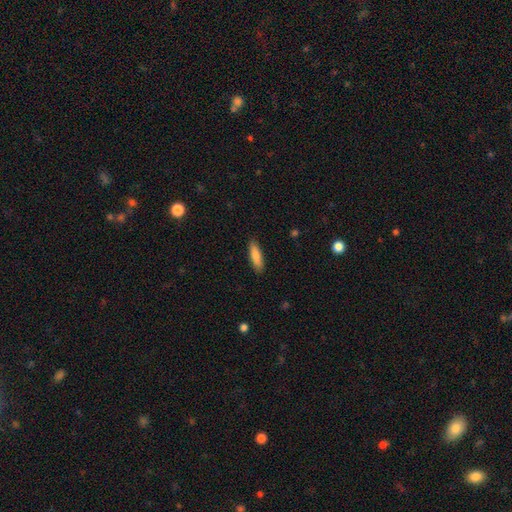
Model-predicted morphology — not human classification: Smooth or featured?
  - smooth: 85% *
  - featured or disk: 9%
  - star or artifact: 6%
How rounded?
  - cigar-shaped: 63% *
  - in between: 36%
  - round: 2%
Merging?
  - none: 88% *
  - minor disturbance: 9%
  - major disturbance: 2%
  - merger: 1%